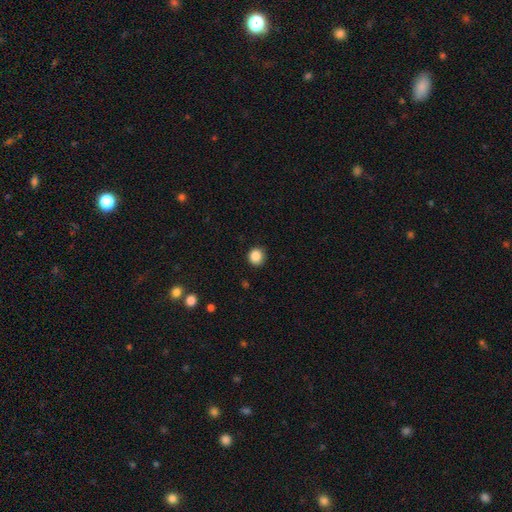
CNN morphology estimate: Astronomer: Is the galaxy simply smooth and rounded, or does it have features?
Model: smooth — 86%.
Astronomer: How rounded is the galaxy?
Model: round — 90%.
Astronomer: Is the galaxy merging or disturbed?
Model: none — 89%.